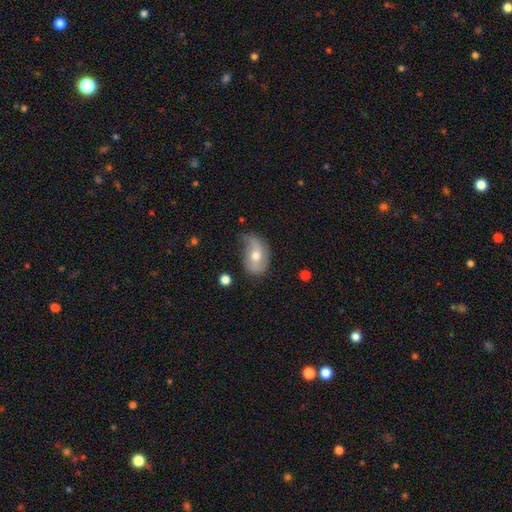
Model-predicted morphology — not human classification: The model was most divided on "smooth or featured": featured or disk: 49%, smooth: 43%, star or artifact: 8%. Remaining: merging — none (47%).